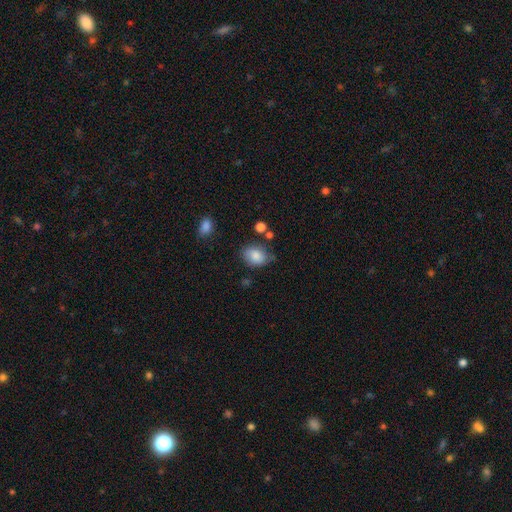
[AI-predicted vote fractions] Smooth or featured: smooth — 81% (featured or disk — 10%)
How rounded: in between — 67% (round — 32%)
Merging: none — 60% (minor disturbance — 28%)